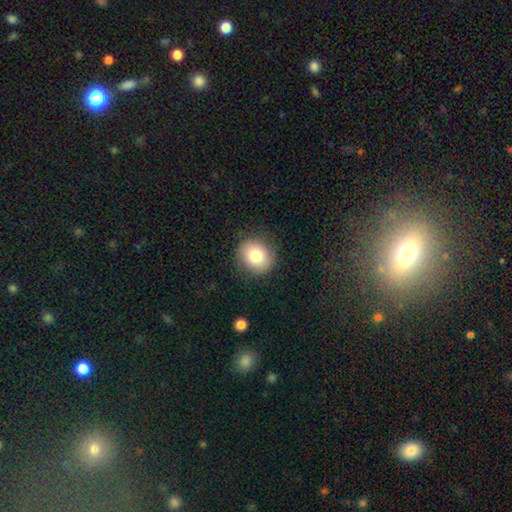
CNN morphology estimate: A smooth galaxy with no disk features (81%) that is round (78%).

Vote fractions:
- Smooth or featured? smooth: 81% / featured or disk: 10% / star or artifact: 9%
- How rounded? round: 78% / in between: 21% / cigar-shaped: 1%
- Merging? none: 87% / minor disturbance: 9% / major disturbance: 3% / merger: 1%